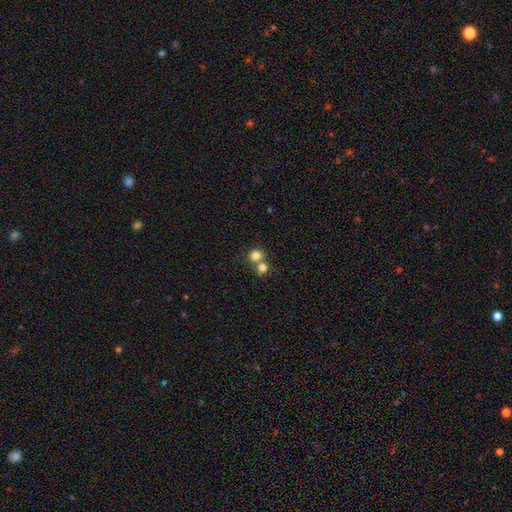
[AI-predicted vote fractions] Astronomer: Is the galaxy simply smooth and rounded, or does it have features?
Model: smooth — 79%.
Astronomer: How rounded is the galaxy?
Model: round — 85%.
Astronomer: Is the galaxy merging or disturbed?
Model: none — 48% (runner-up: merger, 43%).